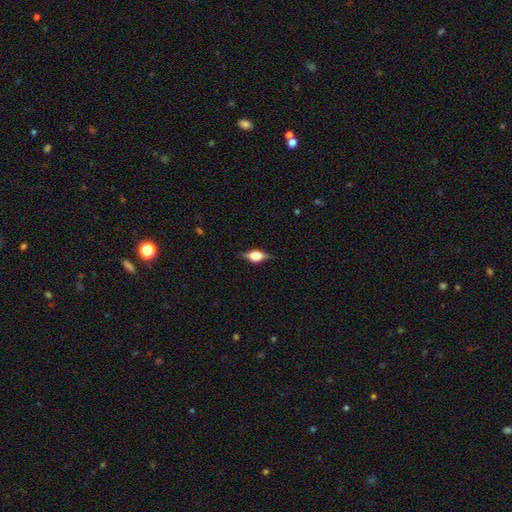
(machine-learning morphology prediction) smooth_or_featured: featured or disk (p=0.60) [alt: smooth p=0.31]
disk_edge_on: yes (p=0.94) [alt: no p=0.06]
edge_on_bulge: rounded (p=0.90) [alt: boxy p=0.09]
merging: none (p=0.81) [alt: minor disturbance p=0.14]